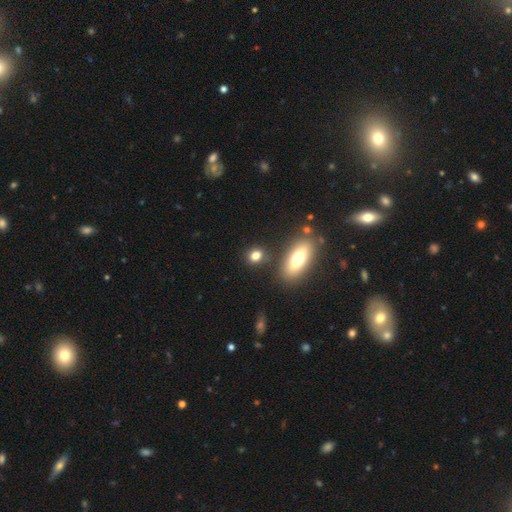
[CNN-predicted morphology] smooth 79%, star or artifact 12%, featured or disk 9%. Down the decision tree: how rounded — round (61%); merging — none (78%).